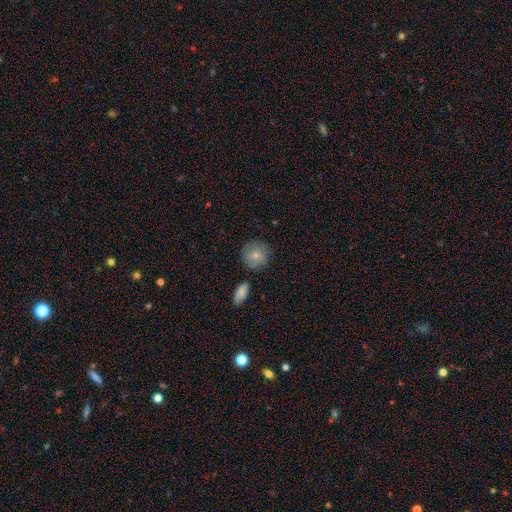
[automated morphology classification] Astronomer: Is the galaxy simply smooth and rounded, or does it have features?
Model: smooth — 79%.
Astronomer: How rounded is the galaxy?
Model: round — 89%.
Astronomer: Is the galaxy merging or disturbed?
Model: none — 77%.